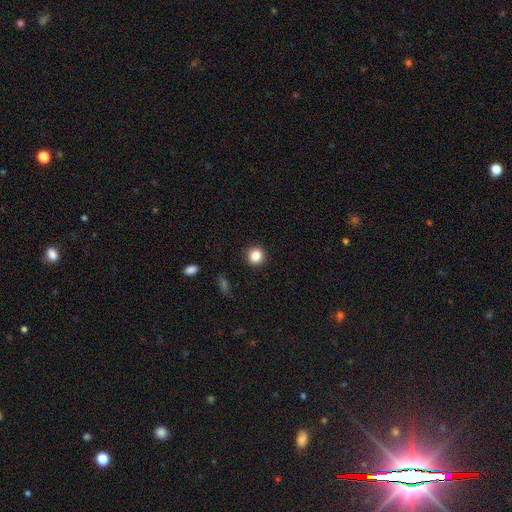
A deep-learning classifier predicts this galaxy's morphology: Q: Smooth or featured?
A: smooth (86%); runner-up: star or artifact (10%)
Q: How rounded?
A: round (87%); runner-up: in between (12%)
Q: Merging?
A: none (90%); runner-up: minor disturbance (6%)